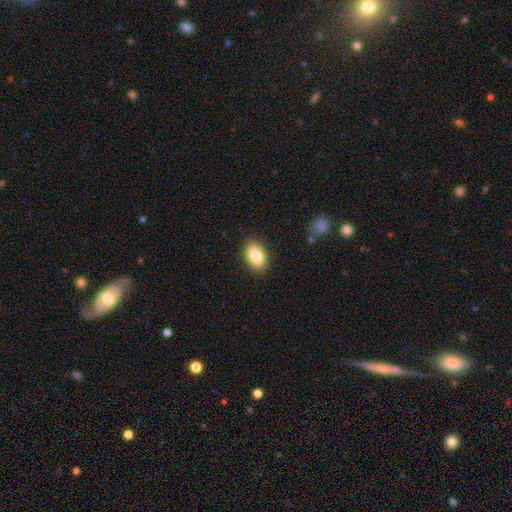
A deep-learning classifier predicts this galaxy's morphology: smooth 85%, featured or disk 8%, star or artifact 7%. Down the decision tree: how rounded — in between (89%); merging — none (87%).